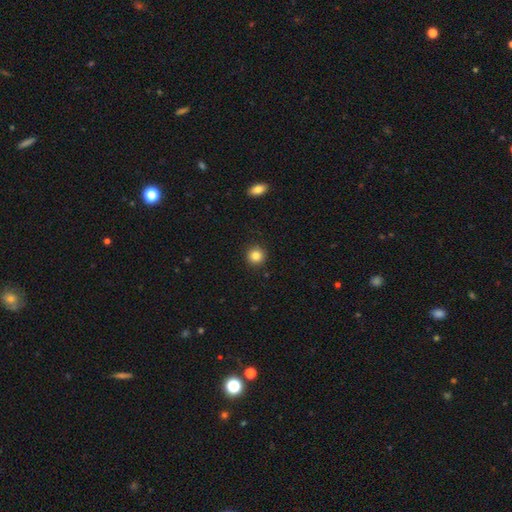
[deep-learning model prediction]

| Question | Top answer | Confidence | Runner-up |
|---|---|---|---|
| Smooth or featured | smooth | 84% | star or artifact (10%) |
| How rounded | round | 94% | in between (5%) |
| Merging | none | 92% | minor disturbance (5%) |